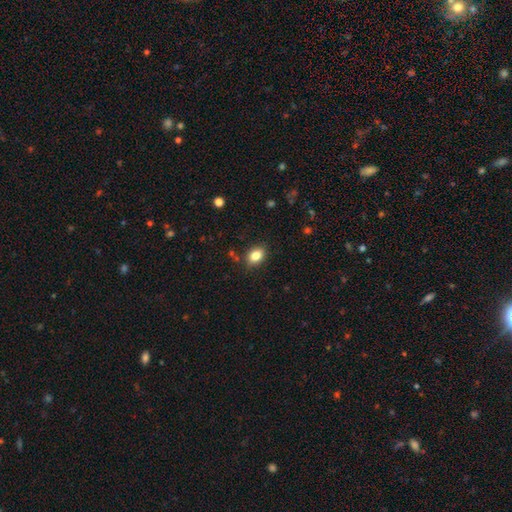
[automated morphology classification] Smooth or featured?
  - smooth: 83% *
  - star or artifact: 9%
  - featured or disk: 7%
How rounded?
  - in between: 74% *
  - round: 24%
  - cigar-shaped: 1%
Merging?
  - none: 84% *
  - minor disturbance: 11%
  - major disturbance: 3%
  - merger: 2%